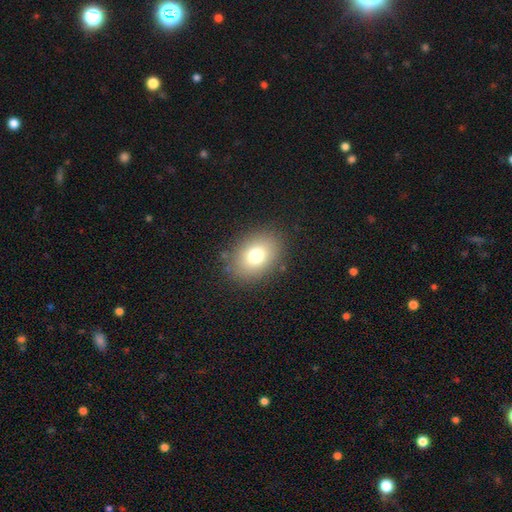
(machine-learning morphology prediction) Smooth or featured?
  - smooth: 76% *
  - featured or disk: 13%
  - star or artifact: 11%
How rounded?
  - in between: 70% *
  - round: 29%
  - cigar-shaped: 1%
Merging?
  - none: 85% *
  - minor disturbance: 10%
  - major disturbance: 4%
  - merger: 1%